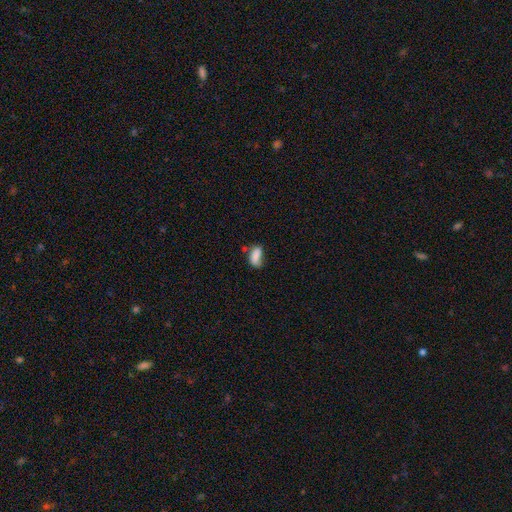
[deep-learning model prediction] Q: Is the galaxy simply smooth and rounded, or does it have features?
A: smooth — 77%.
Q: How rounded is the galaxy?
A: in between — 87%.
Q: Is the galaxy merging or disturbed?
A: none — 40%.